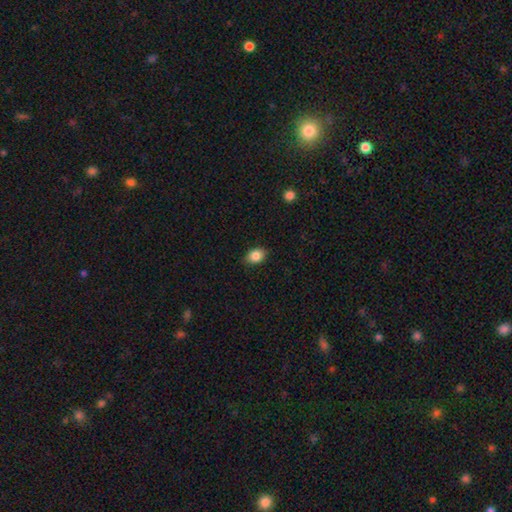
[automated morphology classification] Smooth or featured? Predicted: smooth (p=0.86). How rounded? Predicted: in between (p=0.69). Merging? Predicted: none (p=0.82).